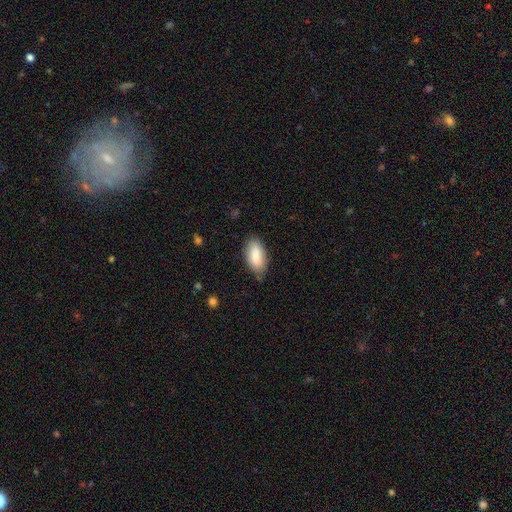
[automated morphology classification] type=smooth (85%); roundness=in between (92%); merging=none (75%).